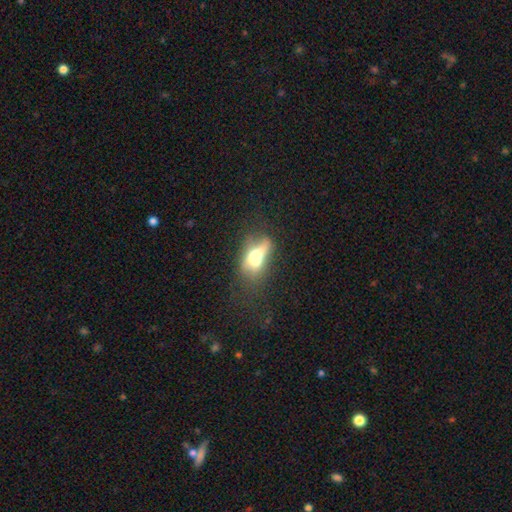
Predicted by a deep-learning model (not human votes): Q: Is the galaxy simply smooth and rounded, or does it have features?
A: smooth — 52%.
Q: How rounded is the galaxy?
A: in between — 75%.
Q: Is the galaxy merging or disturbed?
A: none — 32%.